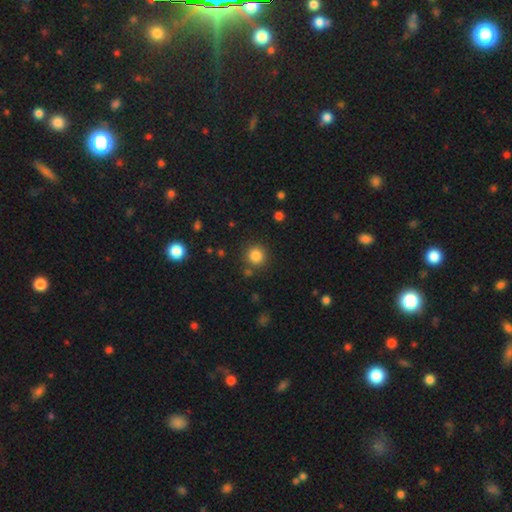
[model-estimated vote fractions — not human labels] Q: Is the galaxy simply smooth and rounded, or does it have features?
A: smooth — 83%.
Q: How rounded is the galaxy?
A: round — 94%.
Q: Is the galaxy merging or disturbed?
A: none — 85%.